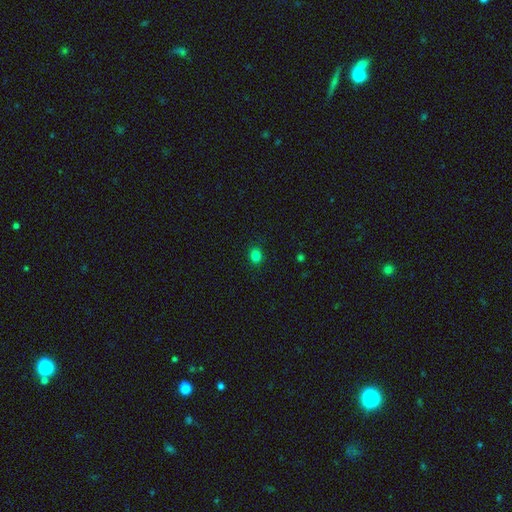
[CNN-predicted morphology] Smooth or featured? Predicted: smooth (p=0.82). How rounded? Predicted: round (p=0.66). Merging? Predicted: none (p=0.89).